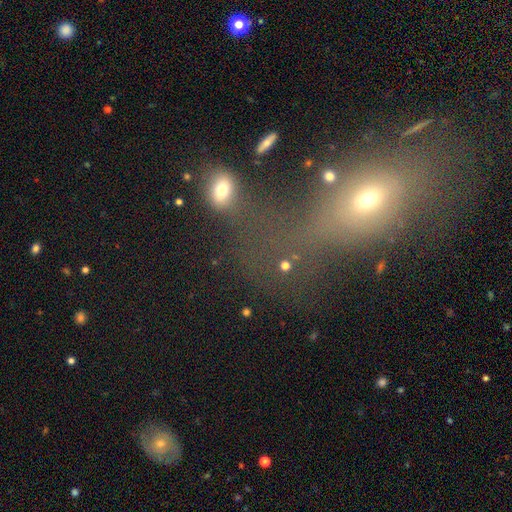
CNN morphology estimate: type=smooth (46%); merging=none (37%).